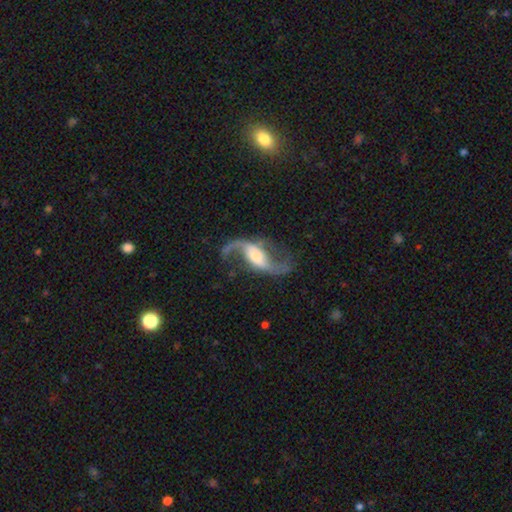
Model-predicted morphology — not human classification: type=featured or disk (90%); edge-on=no (96%); bar=weak (36%); spiral arms=yes (97%); winding=loose (81%); arm count=2 (93%); bulge=moderate (40%); merging=none (73%).